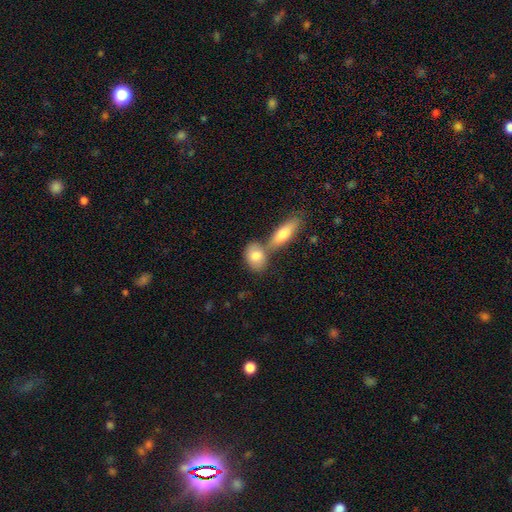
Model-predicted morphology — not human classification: smooth-or-featured: smooth: 79% | featured or disk: 15% | star or artifact: 6%
  how-rounded: in between: 73% | round: 21% | cigar-shaped: 6%
  merging: none: 45% | merger: 42% | minor disturbance: 10% | major disturbance: 3%